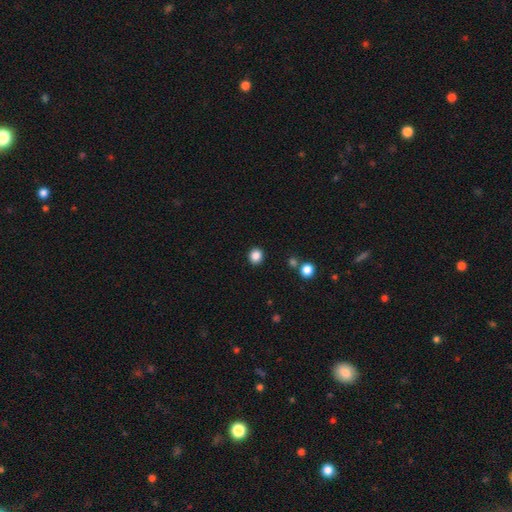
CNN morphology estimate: type=smooth (86%); roundness=round (80%); merging=none (90%).